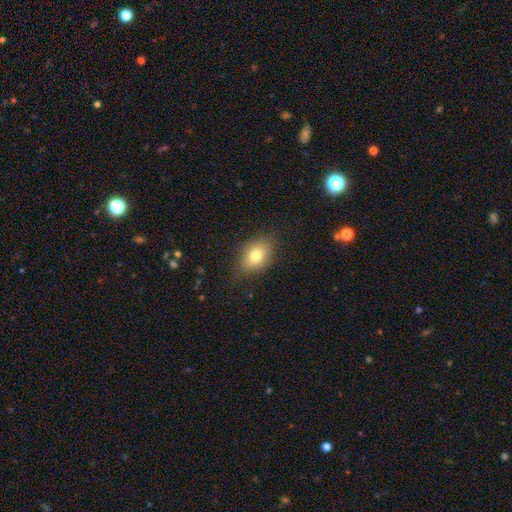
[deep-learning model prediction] Smooth or featured? Predicted: smooth (p=0.77). How rounded? Predicted: in between (p=0.78). Merging? Predicted: none (p=0.81).